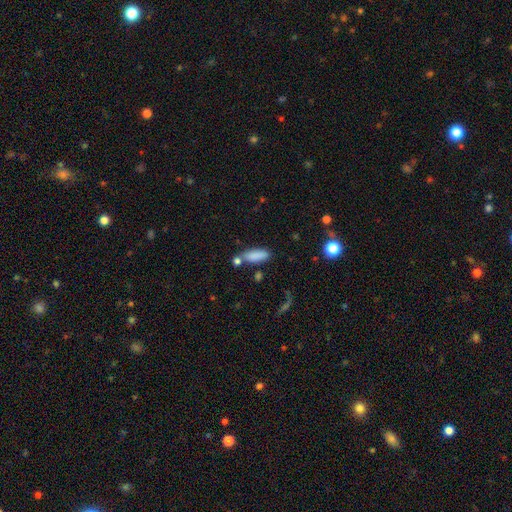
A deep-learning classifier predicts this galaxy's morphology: The model was most divided on "how rounded": in between: 63%, cigar-shaped: 35%, round: 2%. More confident: smooth or featured — smooth (85%); merging — none (67%).